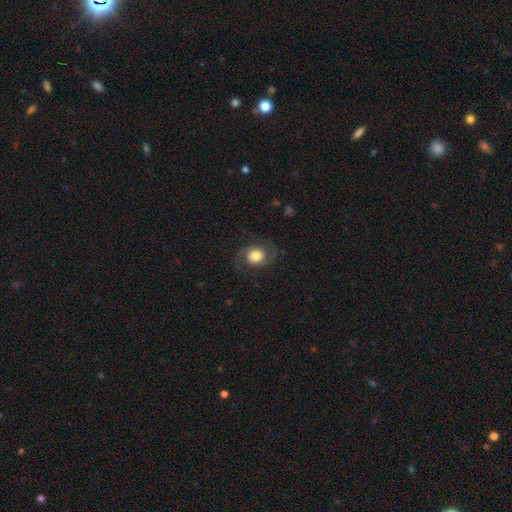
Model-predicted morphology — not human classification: featured or disk 67%, smooth 25%, star or artifact 8%. Down the decision tree: edge-on disk — no (97%); bar — no (77%); spiral arms — yes (90%); spiral arm count — 2 (93%); spiral winding — medium (51%); bulge size — large (44%); merging — none (78%).